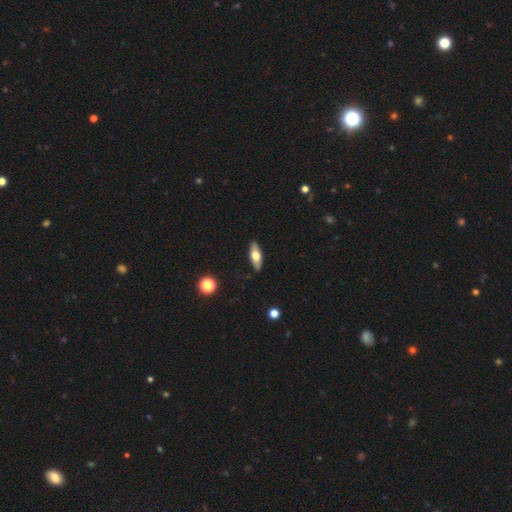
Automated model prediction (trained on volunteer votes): This is possibly a smooth galaxy (54%). How rounded: likely in between (64%). Merging: clearly none (89%).